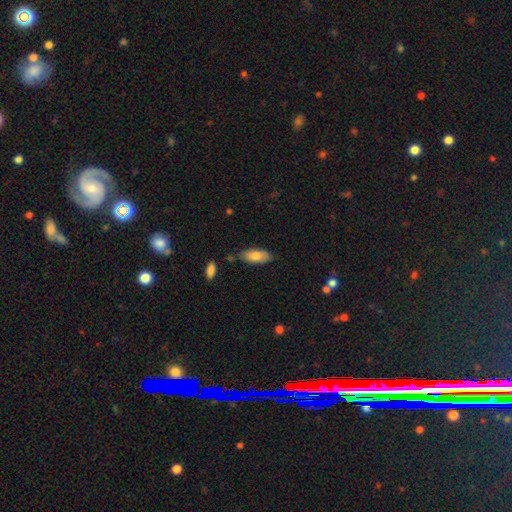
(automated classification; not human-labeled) Smooth or featured? smooth (78%)
How rounded? in between (81%)
Merging? none (76%)